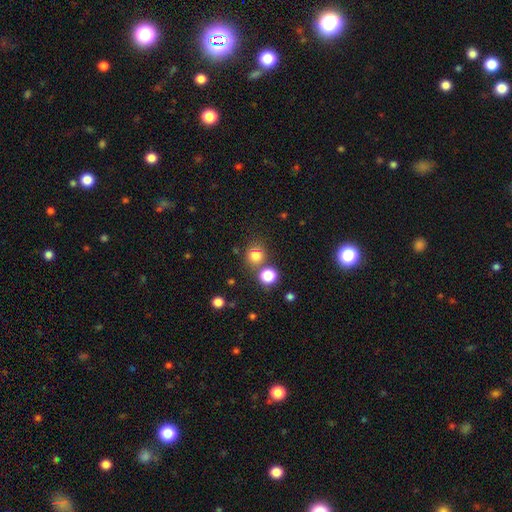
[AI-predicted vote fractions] smooth 78%, star or artifact 15%, featured or disk 6%. Down the decision tree: how rounded — round (80%); merging — none (67%).